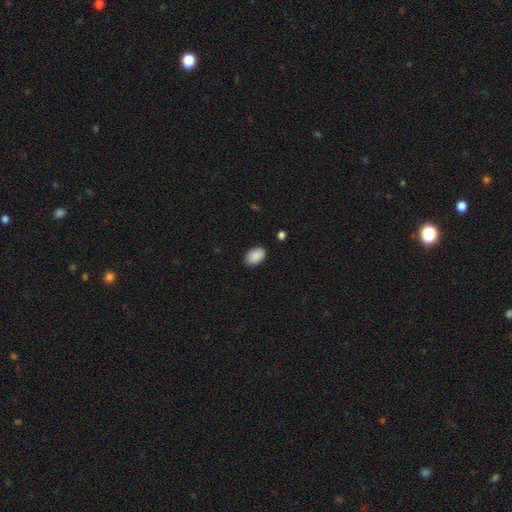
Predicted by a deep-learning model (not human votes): Smooth or featured? Predicted: smooth (p=0.90). How rounded? Predicted: in between (p=0.88). Merging? Predicted: none (p=0.85).